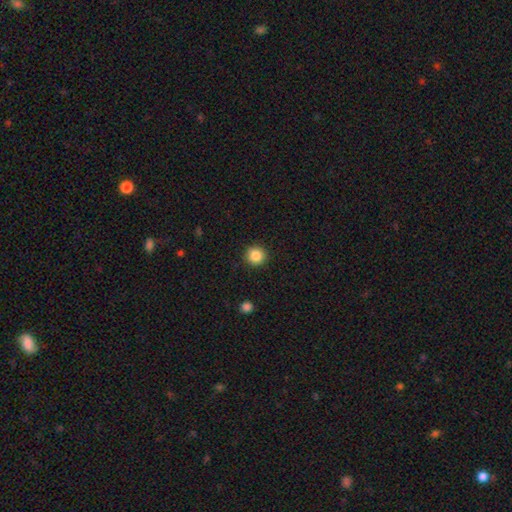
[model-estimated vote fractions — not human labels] Q: Smooth or featured?
A: smooth (86%); runner-up: star or artifact (10%)
Q: How rounded?
A: round (95%); runner-up: in between (4%)
Q: Merging?
A: none (92%); runner-up: minor disturbance (5%)